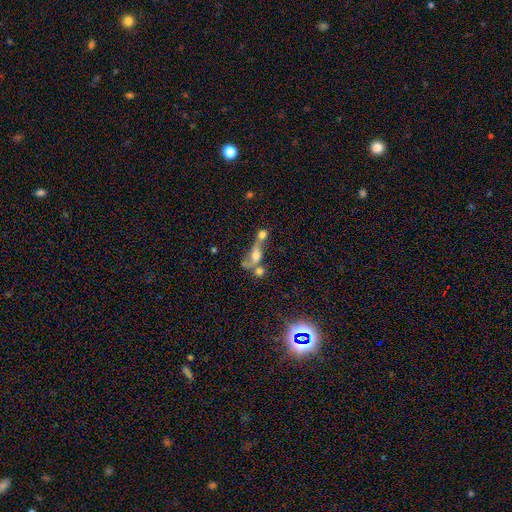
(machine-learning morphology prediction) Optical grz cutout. It shows a smooth galaxy with no disk features (48%). Merging: merger (63%).